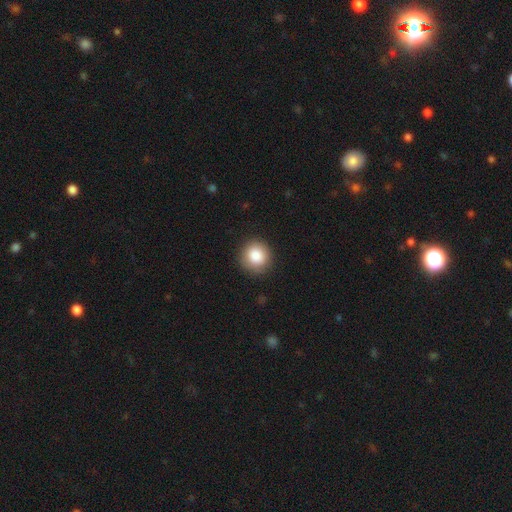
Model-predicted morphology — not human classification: Smooth or featured? Predicted: smooth (p=0.86). How rounded? Predicted: round (p=0.93). Merging? Predicted: none (p=0.89).